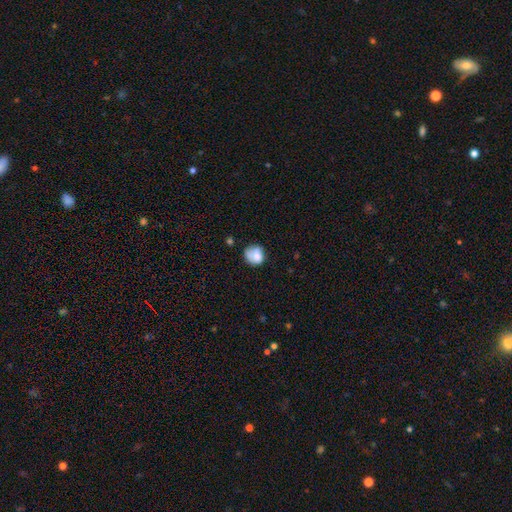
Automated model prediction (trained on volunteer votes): smooth_or_featured: smooth (p=0.74) [alt: featured or disk p=0.17]
how_rounded: round (p=0.74) [alt: in between p=0.25]
merging: none (p=0.50) [alt: minor disturbance p=0.29]